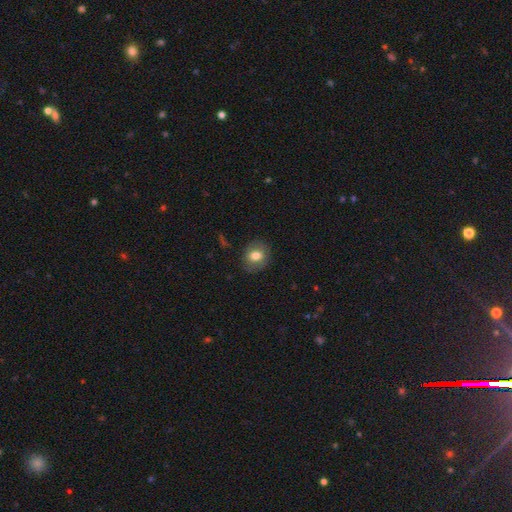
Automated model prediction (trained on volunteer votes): A smooth galaxy with no disk features (73%) that is round (64%). Merging: none (83%).